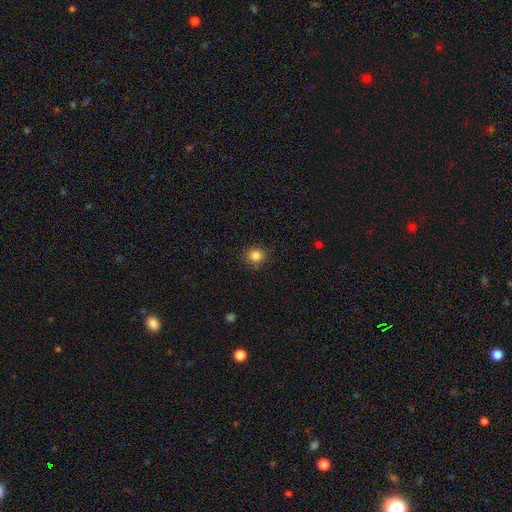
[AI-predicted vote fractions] This appears to be a smooth galaxy with no disk features (85%) that is round (83%). Merging: none (86%).